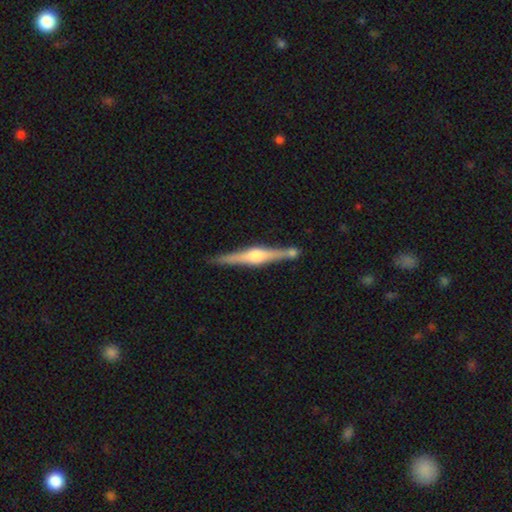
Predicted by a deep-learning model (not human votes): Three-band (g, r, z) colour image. It shows a featured or disk galaxy (80%) viewed edge-on (98%) with a rounded central bulge (90%). Merging: none (81%).